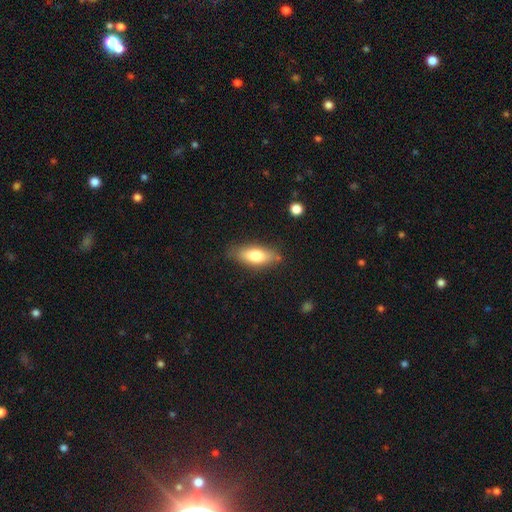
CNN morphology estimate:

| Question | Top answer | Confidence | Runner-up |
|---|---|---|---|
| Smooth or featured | smooth | 74% | featured or disk (19%) |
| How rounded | in between | 73% | cigar-shaped (24%) |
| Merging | none | 78% | minor disturbance (16%) |